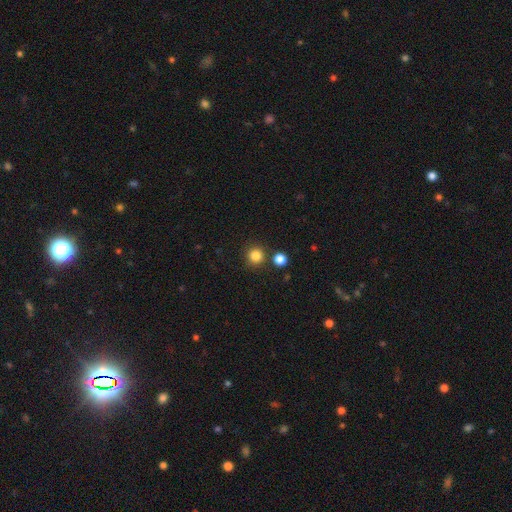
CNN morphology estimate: smooth-or-featured: smooth: 84% | star or artifact: 12% | featured or disk: 4%
  how-rounded: round: 94% | in between: 5% | cigar-shaped: 1%
  merging: none: 82% | merger: 8% | minor disturbance: 7% | major disturbance: 3%